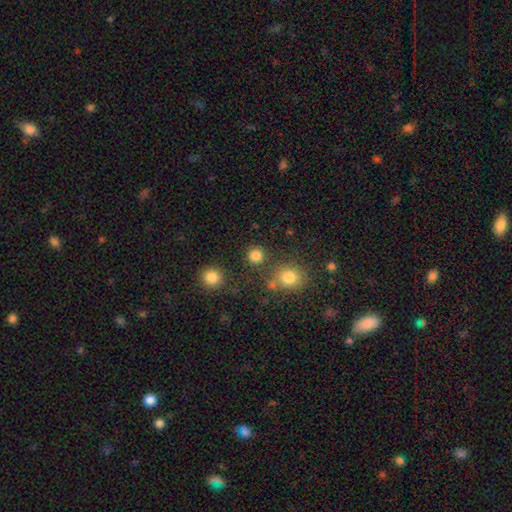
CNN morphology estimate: A smooth galaxy with no disk features (83%) that is round (93%). Merging: none (84%).